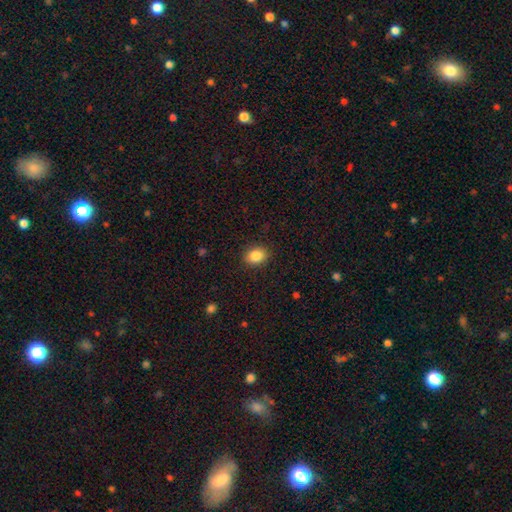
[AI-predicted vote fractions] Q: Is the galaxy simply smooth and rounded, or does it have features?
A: smooth — 86%.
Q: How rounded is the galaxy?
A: in between — 67%.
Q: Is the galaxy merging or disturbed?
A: none — 88%.